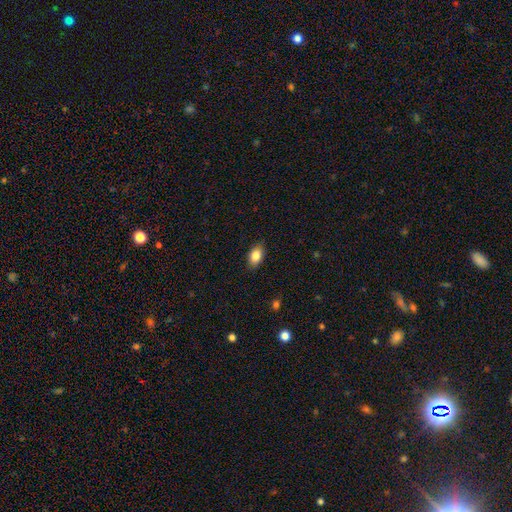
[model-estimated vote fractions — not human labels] Overall: smooth (85%). How rounded: in between (88%). Merging: none (86%).